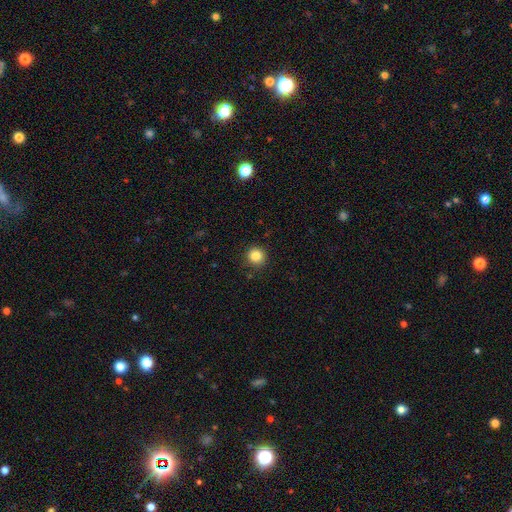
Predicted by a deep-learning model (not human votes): Smooth or featured: smooth — 84% (star or artifact — 11%)
How rounded: round — 94% (in between — 6%)
Merging: none — 90% (minor disturbance — 6%)